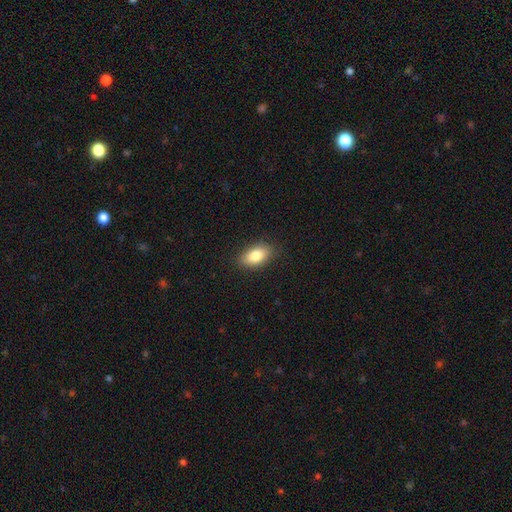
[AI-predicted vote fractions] This appears to be a smooth galaxy with no disk features (83%) that is in between round and cigar-shaped (90%). Merging: none (86%).